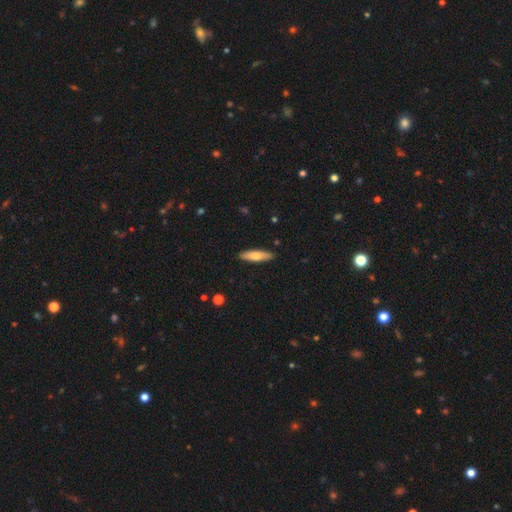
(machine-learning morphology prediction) A smooth galaxy with no disk features (70%) that is cigar-shaped (69%). Merging: none (90%).